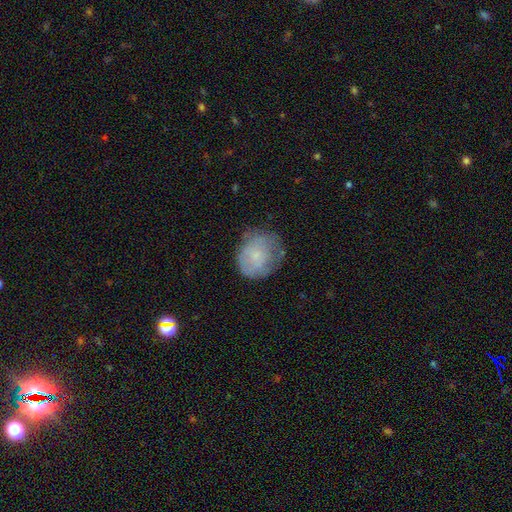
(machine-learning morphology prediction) This appears to be a smooth galaxy with no disk features (62%) that is round (70%). Merging: none (55%).